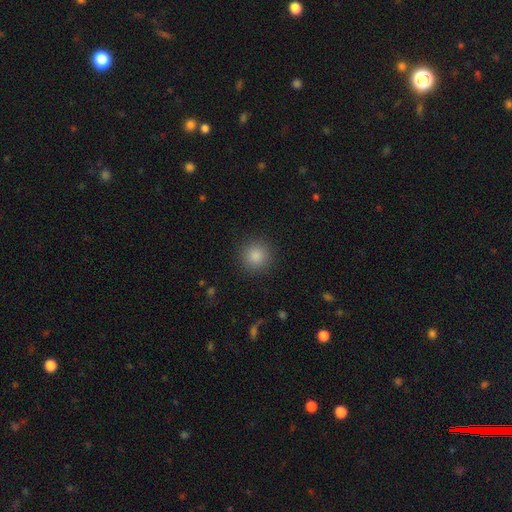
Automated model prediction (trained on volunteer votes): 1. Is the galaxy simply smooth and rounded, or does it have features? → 86% smooth, 10% star or artifact, 4% featured or disk.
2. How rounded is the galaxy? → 94% round, 5% in between, 1% cigar-shaped.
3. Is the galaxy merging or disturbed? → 90% none, 6% minor disturbance, 3% major disturbance, 1% merger.